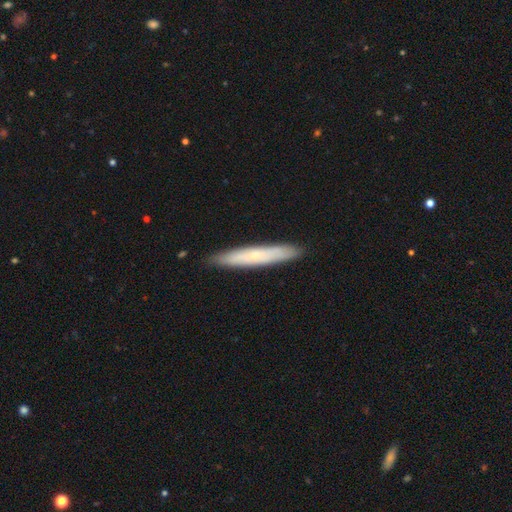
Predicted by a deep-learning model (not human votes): Smooth or featured? smooth (61%)
How rounded? cigar-shaped (94%)
Merging? none (89%)